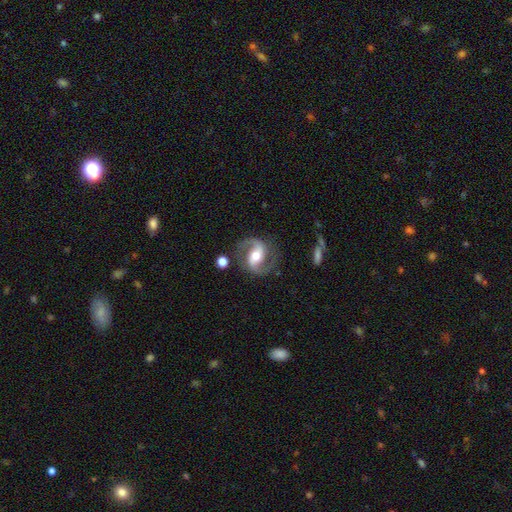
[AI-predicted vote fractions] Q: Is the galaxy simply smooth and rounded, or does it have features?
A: featured or disk — 88%.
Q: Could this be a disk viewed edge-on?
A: no — 97%.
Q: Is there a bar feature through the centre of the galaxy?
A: strong — 38%.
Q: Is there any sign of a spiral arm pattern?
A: yes — 96%.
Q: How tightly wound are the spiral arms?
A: medium — 56%.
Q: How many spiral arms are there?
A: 2 — 93%.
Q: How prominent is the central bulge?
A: moderate — 69%.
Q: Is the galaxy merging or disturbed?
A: none — 80%.